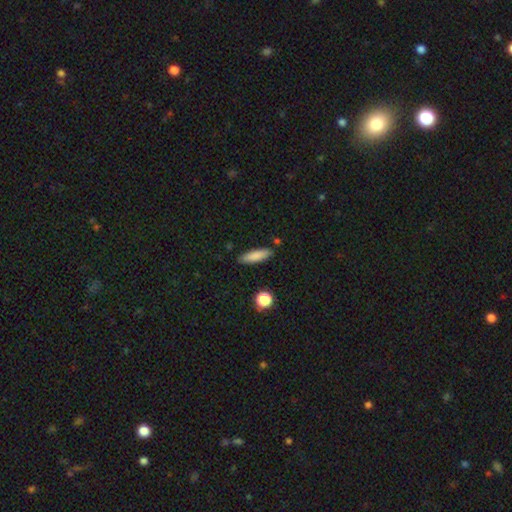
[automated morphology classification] A smooth galaxy with no disk features (83%) that is cigar-shaped (66%). Merging: none (85%).